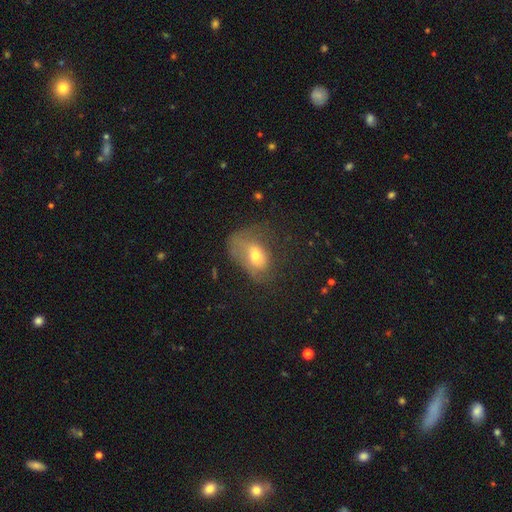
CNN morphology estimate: Smooth or featured? Predicted: smooth (p=0.55). How rounded? Predicted: in between (p=0.78). Merging? Predicted: major disturbance (p=0.40).